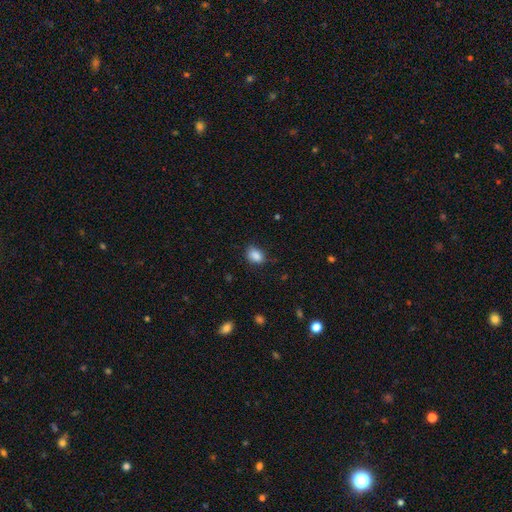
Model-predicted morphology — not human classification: Smooth or featured? Predicted: smooth (p=0.87). How rounded? Predicted: in between (p=0.70). Merging? Predicted: none (p=0.74).